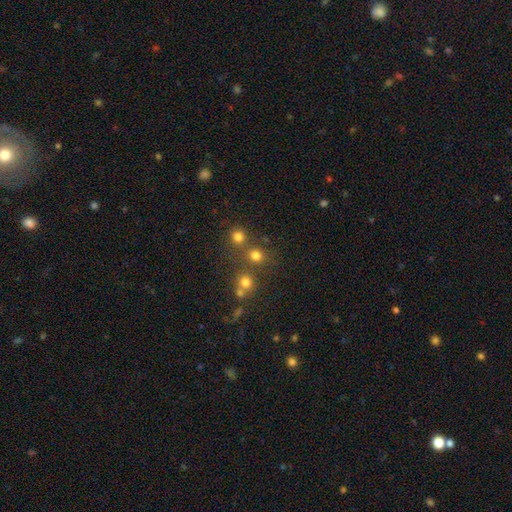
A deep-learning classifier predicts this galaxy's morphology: A smooth galaxy with no disk features (74%) that is round (87%).

Vote fractions:
- Smooth or featured? smooth: 74% / star or artifact: 18% / featured or disk: 8%
- How rounded? round: 87% / in between: 11% / cigar-shaped: 1%
- Merging? none: 65% / merger: 23% / minor disturbance: 8% / major disturbance: 4%